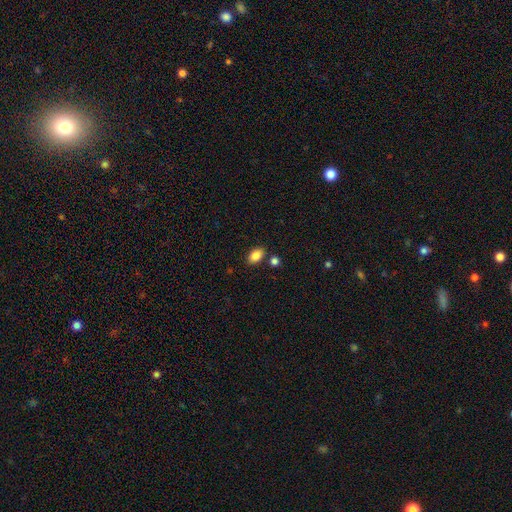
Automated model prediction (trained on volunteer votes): Smooth or featured? Predicted: smooth (p=0.86). How rounded? Predicted: in between (p=0.89). Merging? Predicted: none (p=0.81).